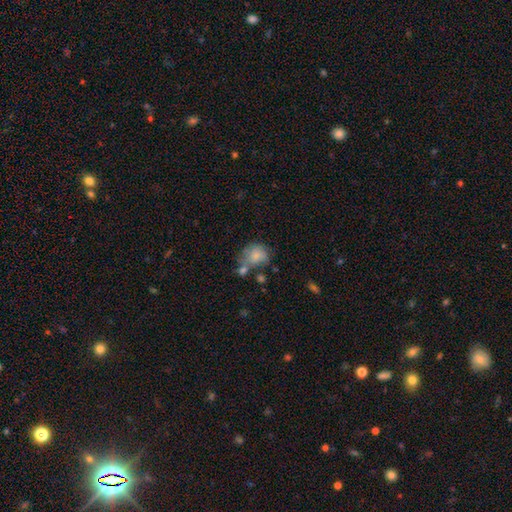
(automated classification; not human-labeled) The model was most divided on "merging": none: 38%, minor disturbance: 24%, merger: 24%, major disturbance: 14%. More confident: smooth or featured — smooth (74%); how rounded — round (57%).